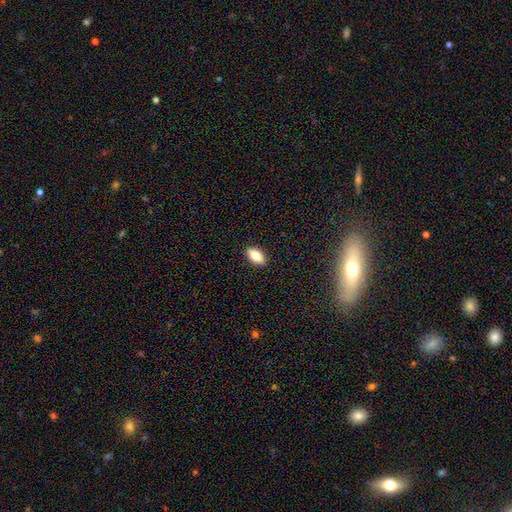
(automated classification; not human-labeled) A smooth galaxy with no disk features (77%) that is in between round and cigar-shaped (87%). Merging: none (90%).